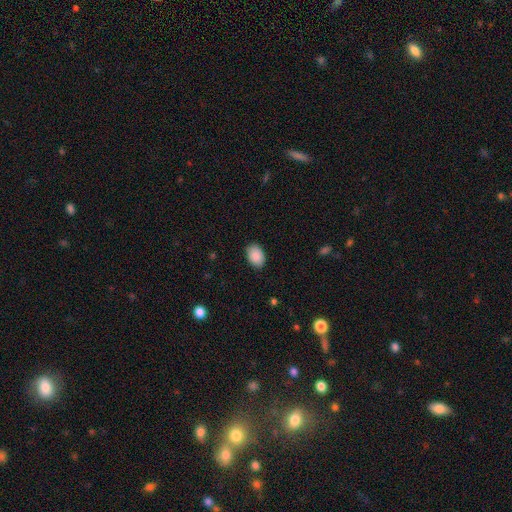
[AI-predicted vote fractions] This is clearly a smooth galaxy (90%). How rounded: clearly in between (83%). Merging: clearly none (86%).